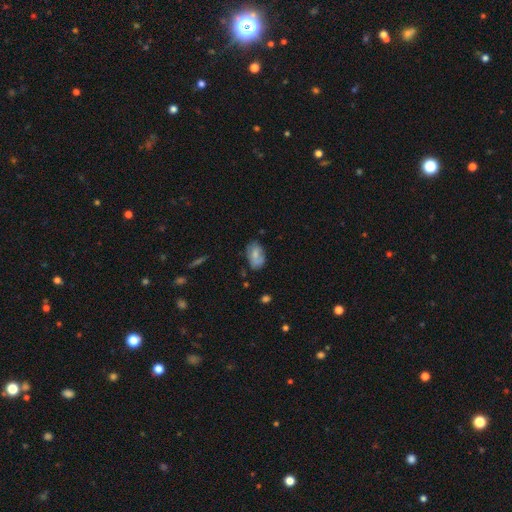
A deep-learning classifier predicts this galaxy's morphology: Overall: smooth (69%). How rounded: in between (91%). Merging: none (63%; minor disturbance 27%).